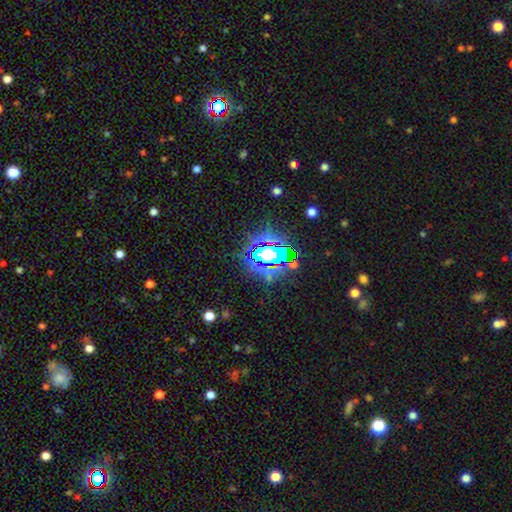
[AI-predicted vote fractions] Smooth or featured: star or artifact — 82% (smooth — 11%)